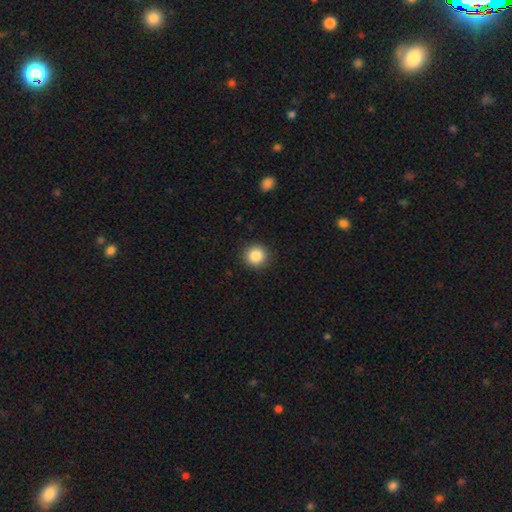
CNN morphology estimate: Smooth or featured: smooth — 86% (star or artifact — 9%)
How rounded: round — 93% (in between — 6%)
Merging: none — 92% (minor disturbance — 6%)